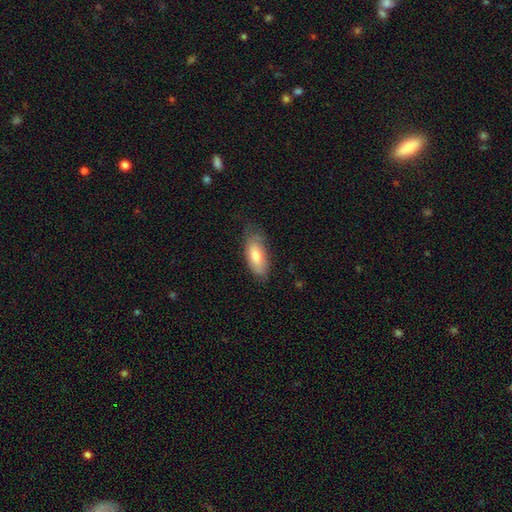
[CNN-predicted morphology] Q: Smooth or featured?
A: smooth (70%); runner-up: featured or disk (23%)
Q: How rounded?
A: in between (83%); runner-up: cigar-shaped (15%)
Q: Merging?
A: none (64%); runner-up: minor disturbance (27%)